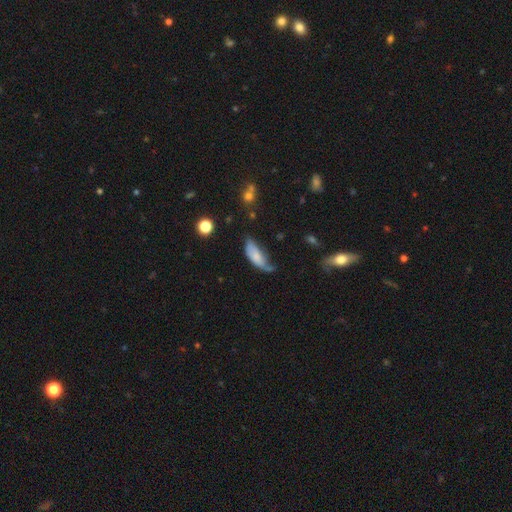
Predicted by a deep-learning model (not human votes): The model was most divided on "merging": minor disturbance: 39%, none: 31%, major disturbance: 23%, merger: 8%. More confident: how rounded — in between (79%); smooth or featured — smooth (67%).